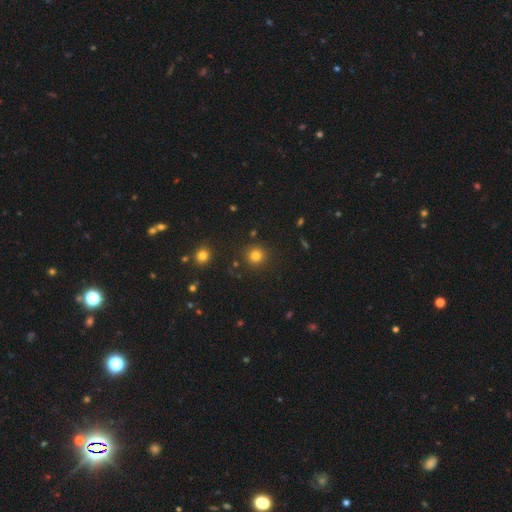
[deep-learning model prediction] Smooth or featured? Predicted: smooth (p=0.81). How rounded? Predicted: round (p=0.94). Merging? Predicted: none (p=0.88).